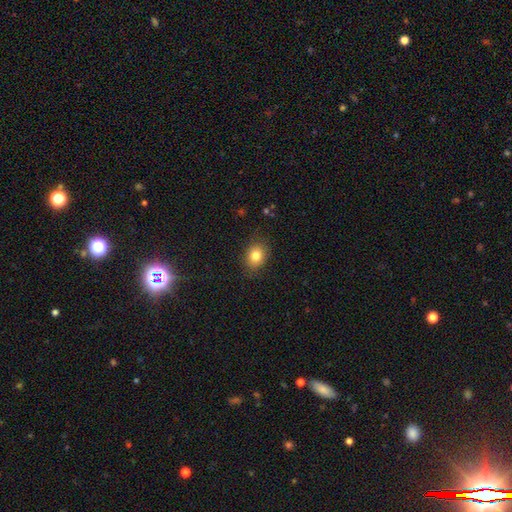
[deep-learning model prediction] Q: Smooth or featured?
A: smooth (81%); runner-up: star or artifact (11%)
Q: How rounded?
A: in between (52%); runner-up: round (47%)
Q: Merging?
A: none (84%); runner-up: minor disturbance (12%)